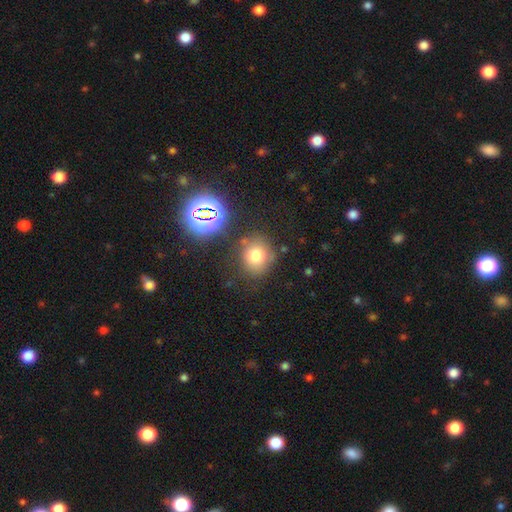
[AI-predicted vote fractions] A smooth galaxy with no disk features (73%) that is round (81%). Merging: none (75%).